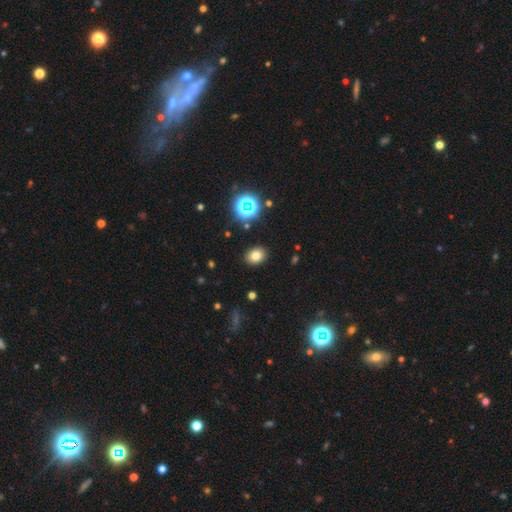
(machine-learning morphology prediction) The model was most divided on "how rounded": in between: 56%, round: 43%, cigar-shaped: 1%. More confident: merging — none (89%); smooth or featured — smooth (76%).